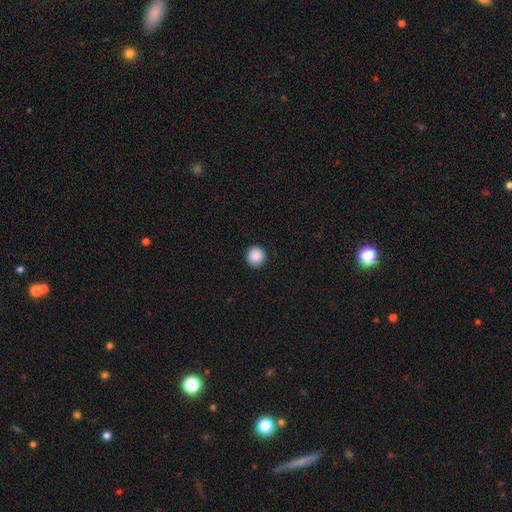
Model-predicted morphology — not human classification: type=smooth (89%); roundness=round (95%); merging=none (93%).